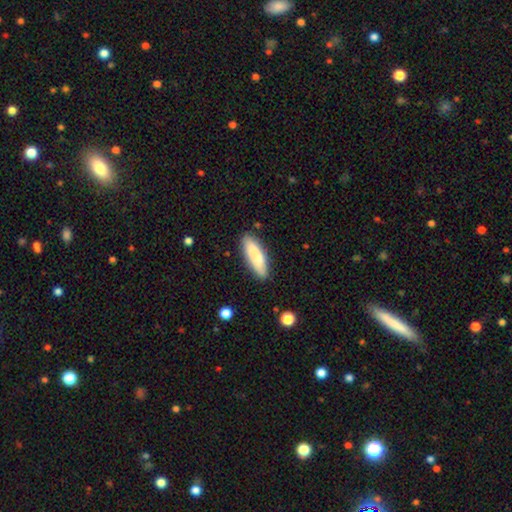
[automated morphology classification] A smooth galaxy with no disk features (81%) that is cigar-shaped (54%). Merging: none (81%).